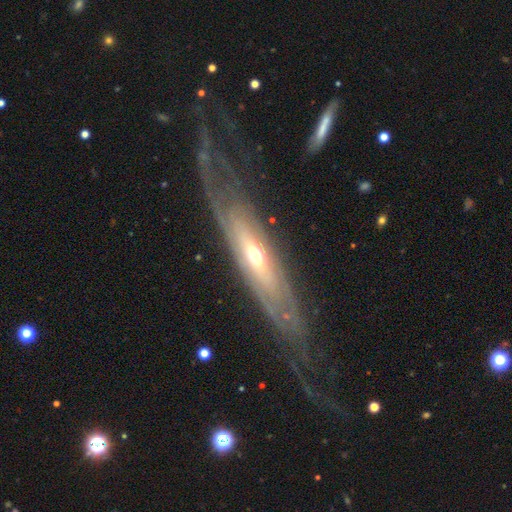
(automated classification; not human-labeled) A featured or disk galaxy (76%). Merging: none (72%).